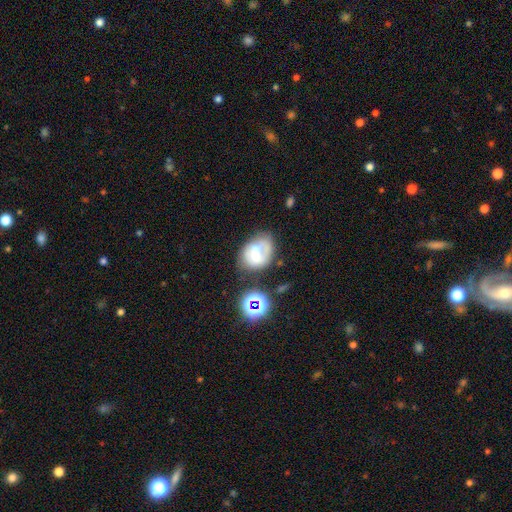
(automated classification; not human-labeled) This is possibly a featured or disk galaxy (48%). Merging: possibly none (45%).